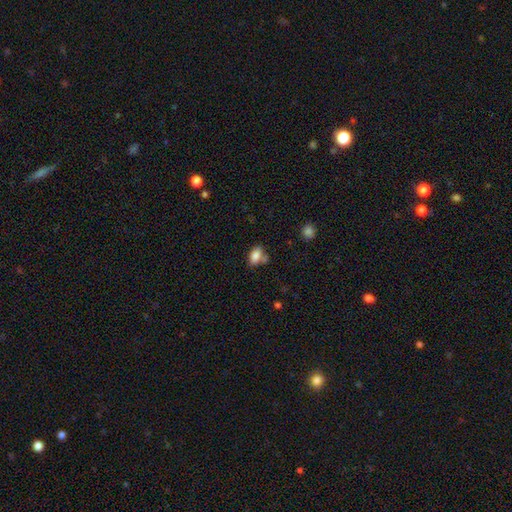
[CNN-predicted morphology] type=smooth (83%); roundness=in between (88%); merging=none (56%).